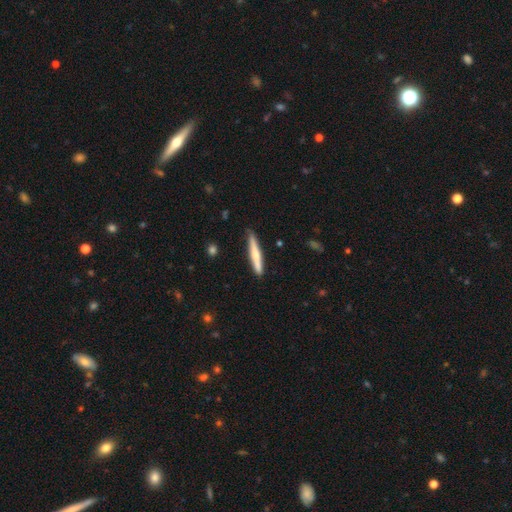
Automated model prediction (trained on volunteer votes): smooth_or_featured: smooth (p=0.56) [alt: featured or disk p=0.39]
how_rounded: cigar-shaped (p=0.94) [alt: in between p=0.05]
merging: none (p=0.84) [alt: minor disturbance p=0.12]